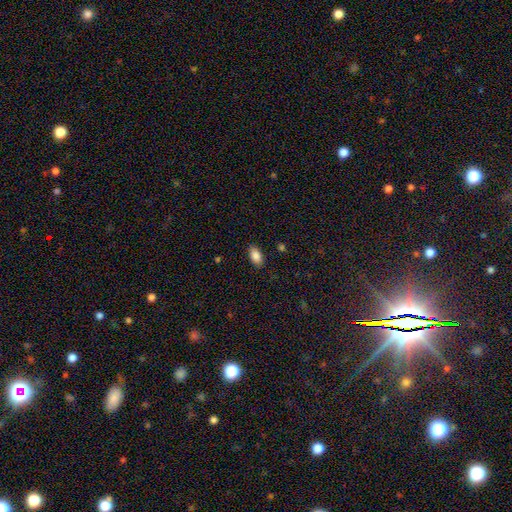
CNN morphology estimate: smooth_or_featured: smooth (p=0.87) [alt: star or artifact p=0.08]
how_rounded: in between (p=0.92) [alt: round p=0.04]
merging: none (p=0.85) [alt: minor disturbance p=0.11]